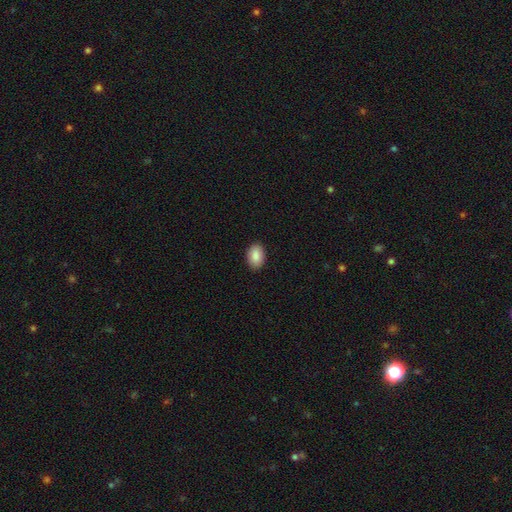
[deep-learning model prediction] This appears to be a smooth galaxy with no disk features (88%) that is in between round and cigar-shaped (86%). Merging: none (90%).